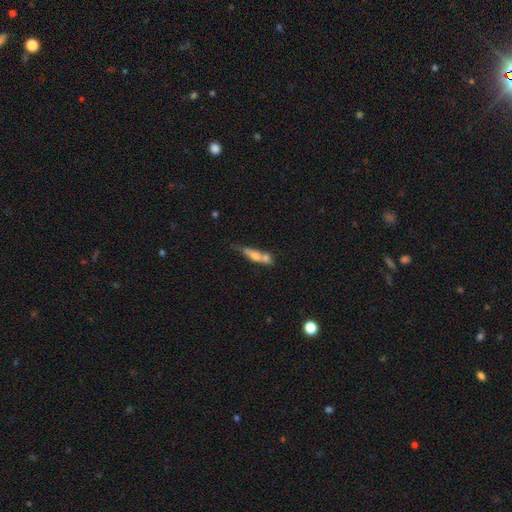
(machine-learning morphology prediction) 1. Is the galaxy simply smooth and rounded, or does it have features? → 51% smooth, 40% featured or disk, 9% star or artifact.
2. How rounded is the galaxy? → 65% cigar-shaped, 30% in between, 5% round.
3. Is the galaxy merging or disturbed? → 44% merger, 34% none, 15% minor disturbance, 8% major disturbance.